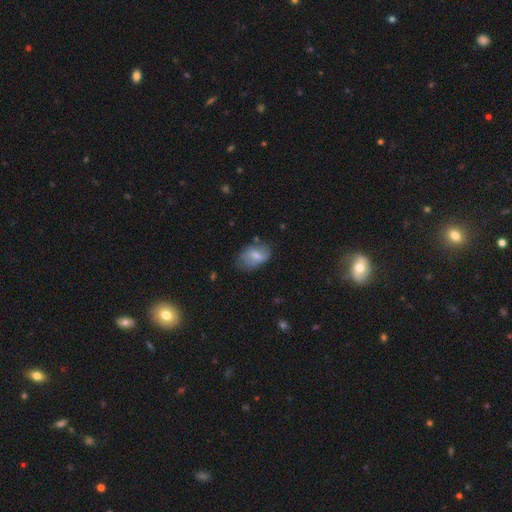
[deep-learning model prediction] Morphology: type=smooth (63%); roundness=in between (86%); merging=none (56%).